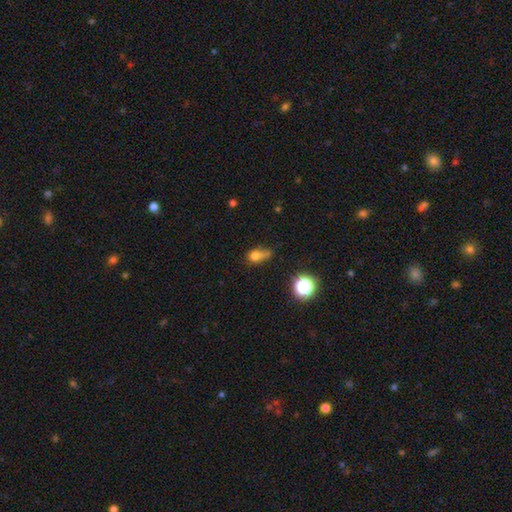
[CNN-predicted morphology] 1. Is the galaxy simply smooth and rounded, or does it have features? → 69% smooth, 17% star or artifact, 14% featured or disk.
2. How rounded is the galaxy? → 56% round, 40% in between, 5% cigar-shaped.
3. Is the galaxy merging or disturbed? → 33% none, 27% minor disturbance, 21% major disturbance, 19% merger.